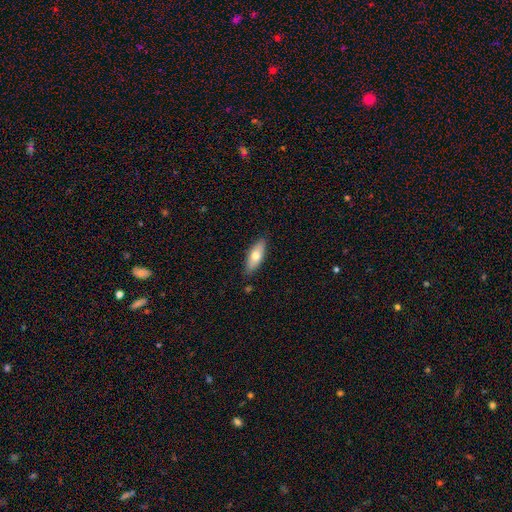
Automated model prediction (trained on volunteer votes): A smooth galaxy with no disk features (66%) that is in between round and cigar-shaped (69%).

Vote fractions:
- Smooth or featured? smooth: 66% / featured or disk: 27% / star or artifact: 6%
- How rounded? in between: 69% / cigar-shaped: 29% / round: 2%
- Merging? none: 84% / minor disturbance: 12% / major disturbance: 2% / merger: 2%